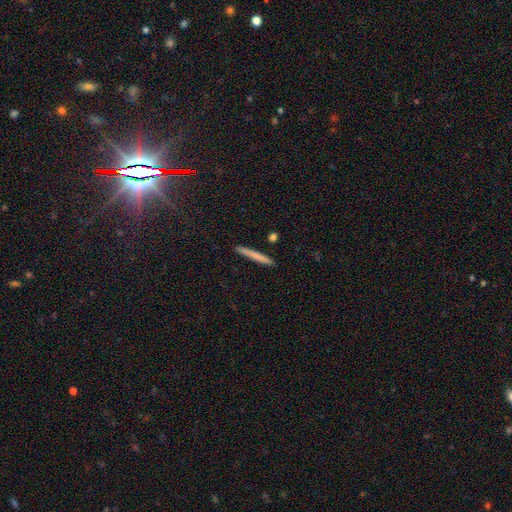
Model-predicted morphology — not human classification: A smooth galaxy with no disk features (71%) that is cigar-shaped (96%).

Vote fractions:
- Smooth or featured? smooth: 71% / featured or disk: 23% / star or artifact: 6%
- How rounded? cigar-shaped: 96% / in between: 2% / round: 1%
- Merging? none: 91% / minor disturbance: 6% / merger: 2% / major disturbance: 1%